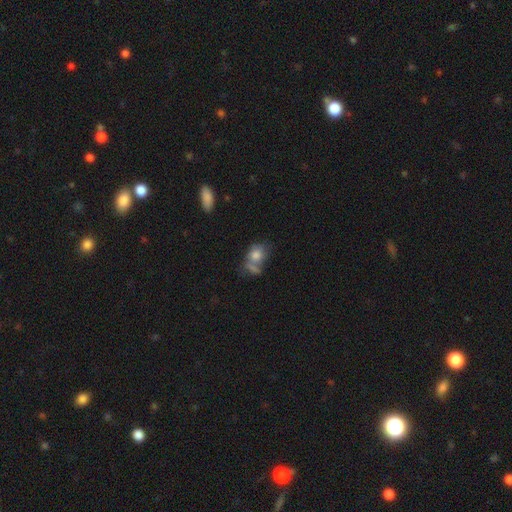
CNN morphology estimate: A smooth galaxy with no disk features (73%) that is in between round and cigar-shaped (57%).

Vote fractions:
- Smooth or featured? smooth: 73% / featured or disk: 16% / star or artifact: 11%
- How rounded? in between: 57% / round: 41% / cigar-shaped: 2%
- Merging? none: 37% / merger: 33% / minor disturbance: 17% / major disturbance: 12%